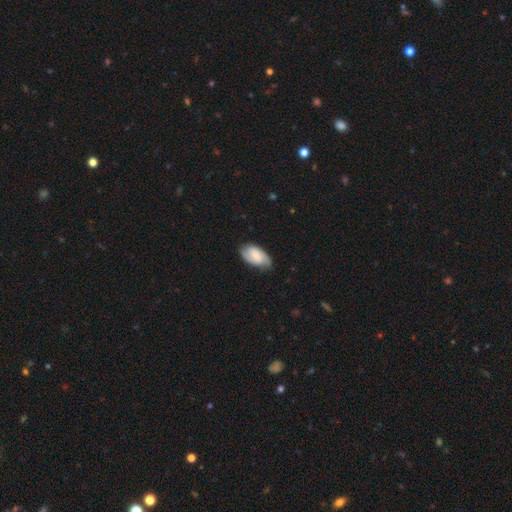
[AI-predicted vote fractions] Smooth or featured? featured or disk (47%)
Merging? none (70%)